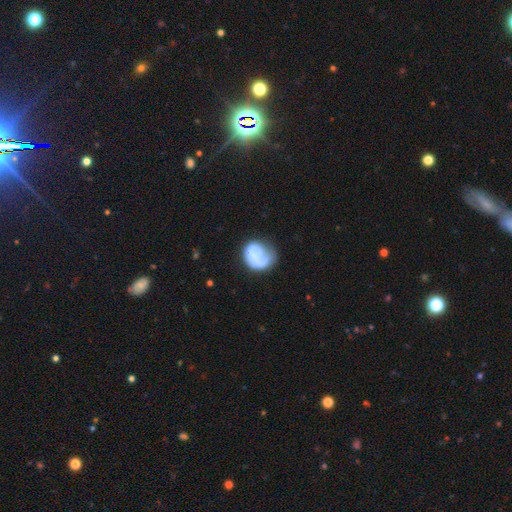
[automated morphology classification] smooth 62%, featured or disk 32%, star or artifact 7%. Down the decision tree: how rounded — round (70%); merging — none (45%).